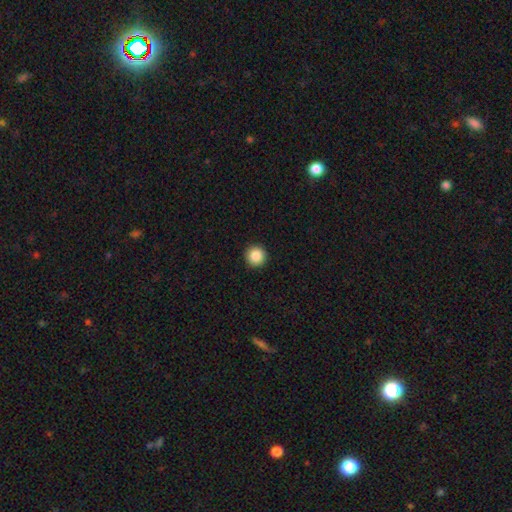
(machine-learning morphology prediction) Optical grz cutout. It shows a smooth galaxy with no disk features (87%) that is round (96%). Merging: none (93%).